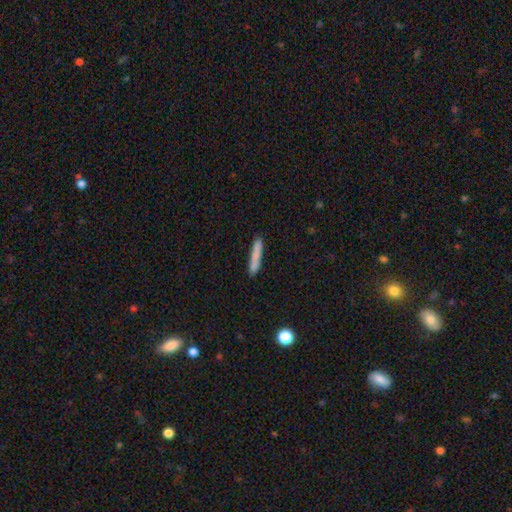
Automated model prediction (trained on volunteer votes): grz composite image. It shows a smooth galaxy with no disk features (79%) that is cigar-shaped (93%). Merging: none (84%).